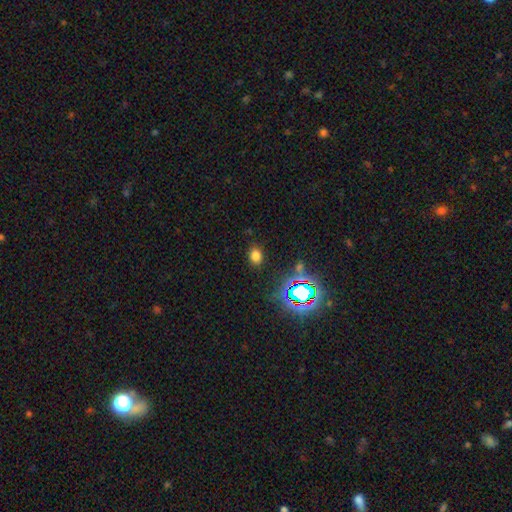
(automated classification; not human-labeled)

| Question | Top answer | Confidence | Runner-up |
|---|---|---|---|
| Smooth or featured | smooth | 70% | star or artifact (24%) |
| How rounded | in between | 59% | round (40%) |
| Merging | none | 85% | minor disturbance (10%) |